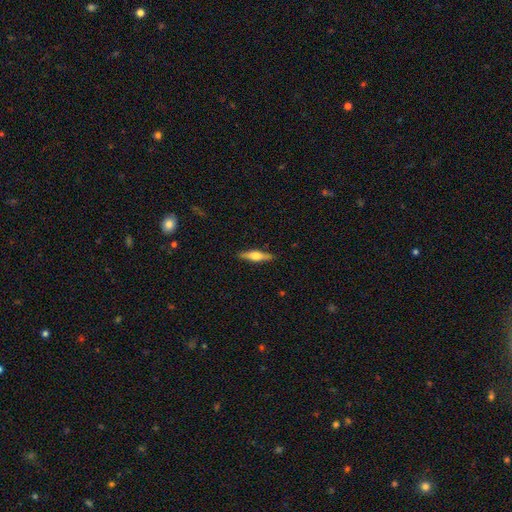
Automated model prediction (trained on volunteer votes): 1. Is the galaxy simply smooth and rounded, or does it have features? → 57% featured or disk, 38% smooth, 6% star or artifact.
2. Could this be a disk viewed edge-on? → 96% yes, 4% no.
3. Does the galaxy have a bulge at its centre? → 91% rounded, 6% boxy, 3% none.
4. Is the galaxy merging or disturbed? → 90% none, 8% minor disturbance, 2% major disturbance, 1% merger.